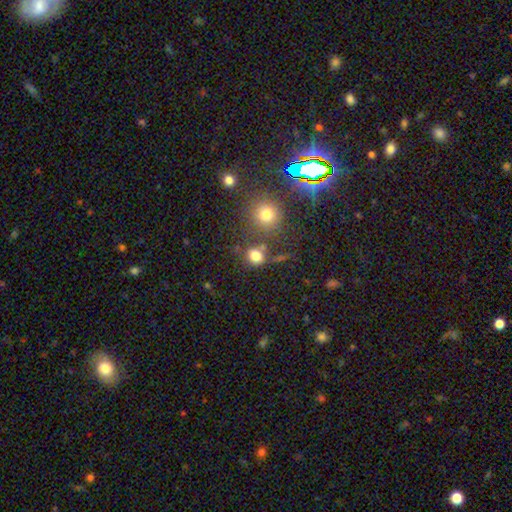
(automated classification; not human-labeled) smooth-or-featured: smooth: 77% | star or artifact: 16% | featured or disk: 7%
  how-rounded: round: 76% | in between: 23% | cigar-shaped: 1%
  merging: none: 63% | merger: 18% | minor disturbance: 12% | major disturbance: 7%